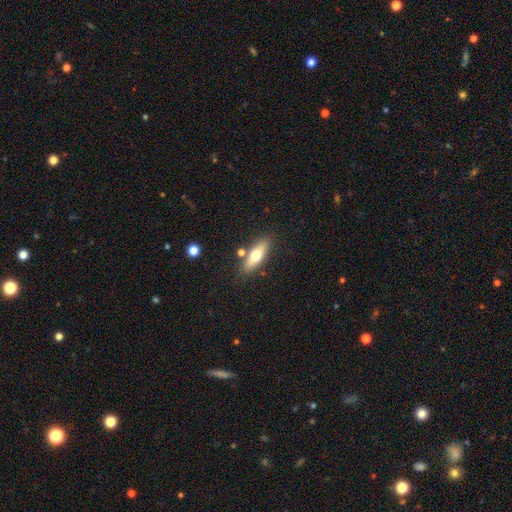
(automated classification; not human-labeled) smooth-or-featured: smooth: 61% | featured or disk: 32% | star or artifact: 7%
  how-rounded: in between: 57% | cigar-shaped: 40% | round: 3%
  merging: none: 80% | minor disturbance: 11% | merger: 6% | major disturbance: 3%